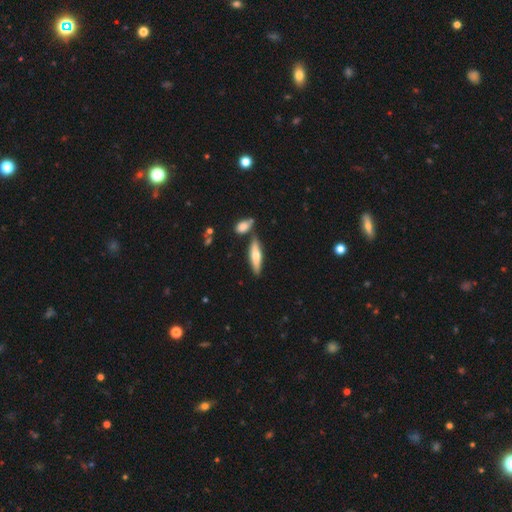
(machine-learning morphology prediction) This appears to be a smooth galaxy with no disk features (54%) that is cigar-shaped (68%). Merging: none (75%).